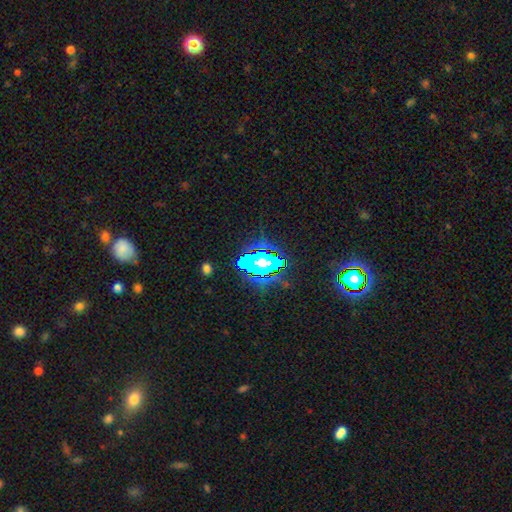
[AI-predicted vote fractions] smooth-or-featured: star or artifact: 57% | smooth: 25% | featured or disk: 18%